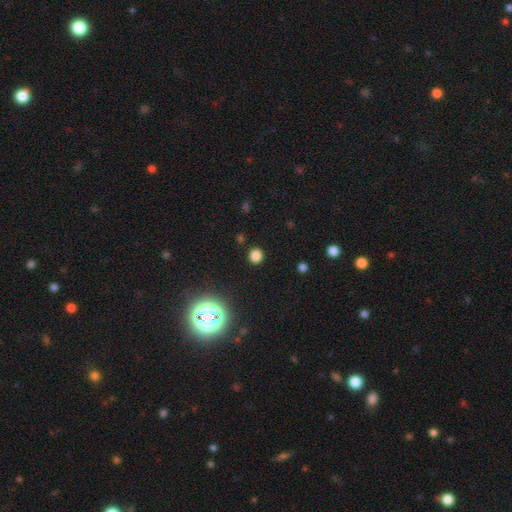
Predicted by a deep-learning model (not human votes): smooth_or_featured: smooth (p=0.79) [alt: star or artifact p=0.17]
how_rounded: round (p=0.83) [alt: in between p=0.16]
merging: none (p=0.90) [alt: minor disturbance p=0.06]